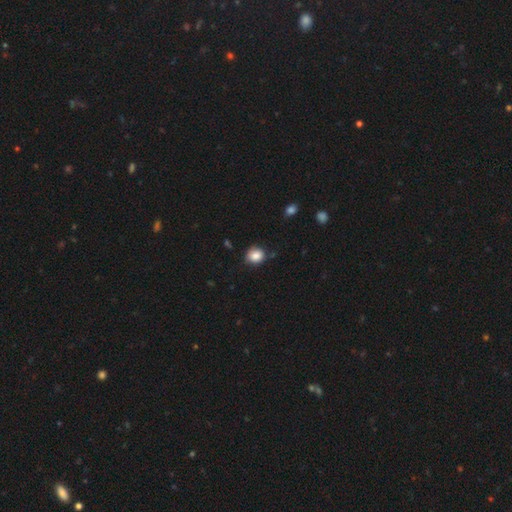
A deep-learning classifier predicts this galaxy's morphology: A smooth galaxy with no disk features (86%) that is round (69%). Merging: none (73%).